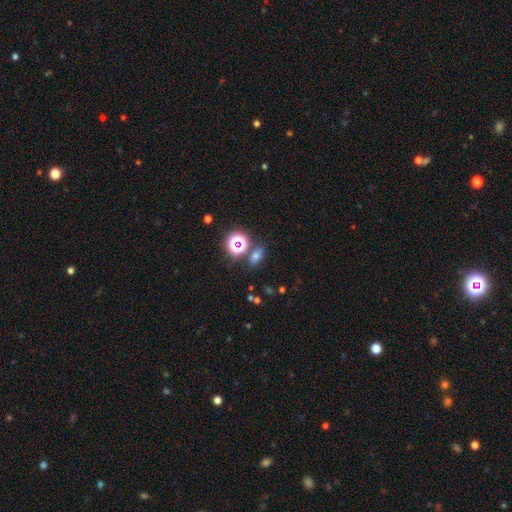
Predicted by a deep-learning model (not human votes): Smooth or featured?
  - smooth: 61% *
  - star or artifact: 30%
  - featured or disk: 9%
How rounded?
  - in between: 69% *
  - round: 27%
  - cigar-shaped: 4%
Merging?
  - none: 78% *
  - minor disturbance: 10%
  - merger: 9%
  - major disturbance: 3%